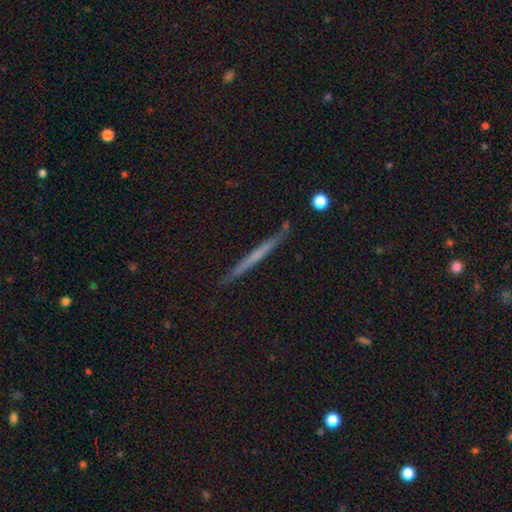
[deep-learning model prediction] Smooth or featured: featured or disk — 49% (smooth — 44%)
Merging: none — 89% (minor disturbance — 8%)